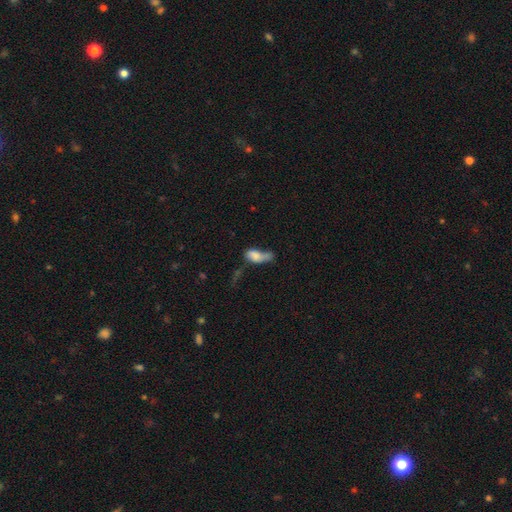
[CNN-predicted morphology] A smooth galaxy with no disk features (63%) that is in between round and cigar-shaped (81%).

Vote fractions:
- Smooth or featured? smooth: 63% / featured or disk: 26% / star or artifact: 11%
- How rounded? in between: 81% / cigar-shaped: 13% / round: 6%
- Merging? major disturbance: 32% / merger: 24% / minor disturbance: 22% / none: 22%